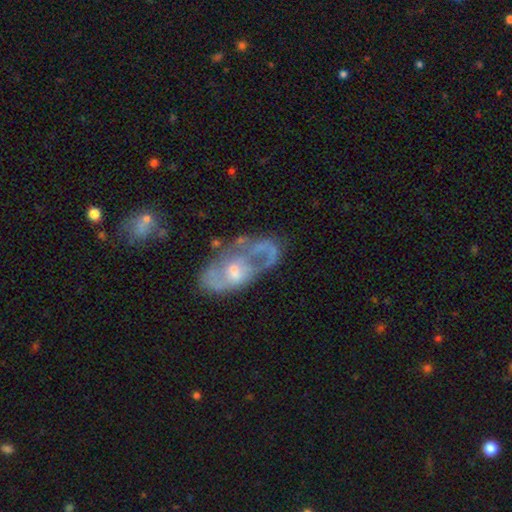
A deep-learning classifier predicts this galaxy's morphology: featured or disk 70%, smooth 19%, star or artifact 11%. Down the decision tree: edge-on disk — no (91%); bar — no (76%); spiral arms — yes (61%); bulge size — moderate (56%); merging — none (61%).